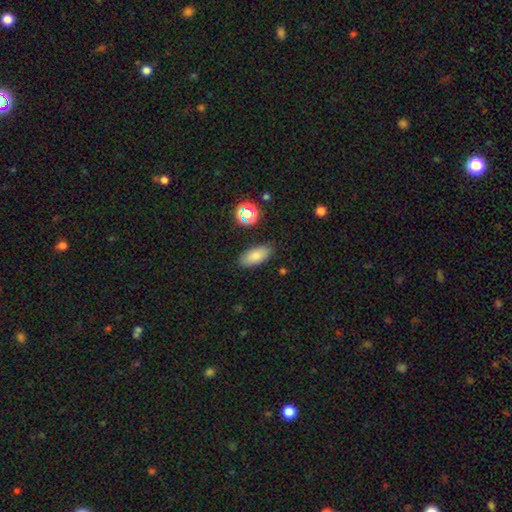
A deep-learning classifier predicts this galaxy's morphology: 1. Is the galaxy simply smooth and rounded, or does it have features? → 81% smooth, 10% featured or disk, 9% star or artifact.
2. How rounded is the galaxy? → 86% in between, 10% cigar-shaped, 4% round.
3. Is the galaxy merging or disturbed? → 85% none, 11% minor disturbance, 3% major disturbance, 2% merger.